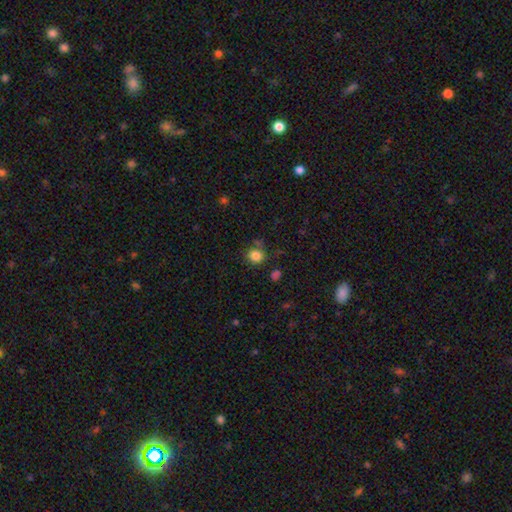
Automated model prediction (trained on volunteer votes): Overall: smooth (83%). How rounded: round (86%). Merging: none (77%).